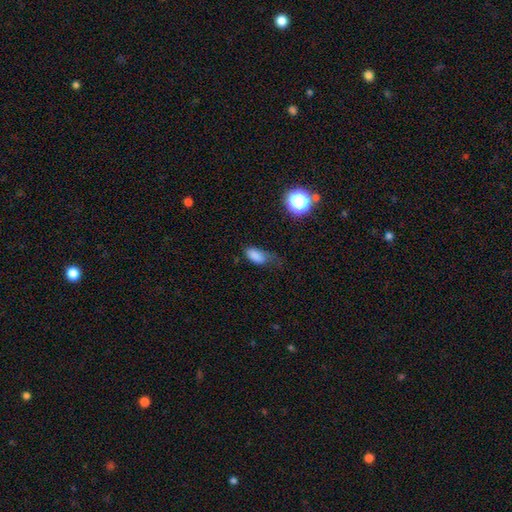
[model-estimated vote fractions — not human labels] Overall: smooth (81%). How rounded: in between (90%). Merging: minor disturbance (37%; none 36%).